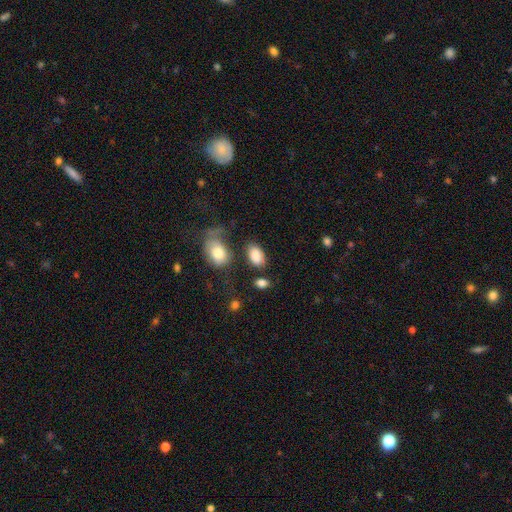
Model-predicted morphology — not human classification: This is clearly a smooth galaxy (86%). How rounded: clearly in between (91%). Merging: likely none (67%).